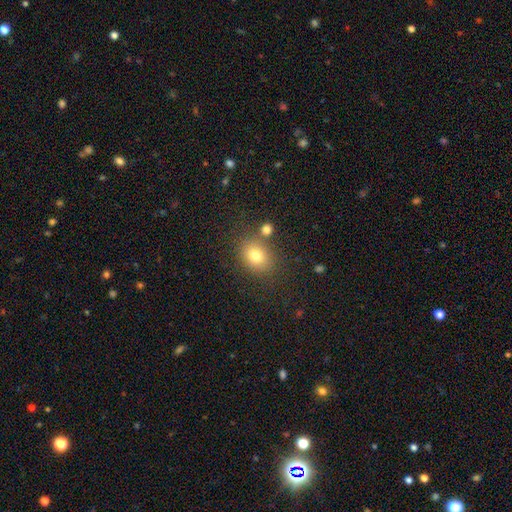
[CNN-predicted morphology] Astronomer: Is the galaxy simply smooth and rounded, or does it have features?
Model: smooth — 77%.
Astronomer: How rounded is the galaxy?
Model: round — 52% (runner-up: in between, 47%).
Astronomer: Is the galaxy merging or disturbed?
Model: none — 73%.